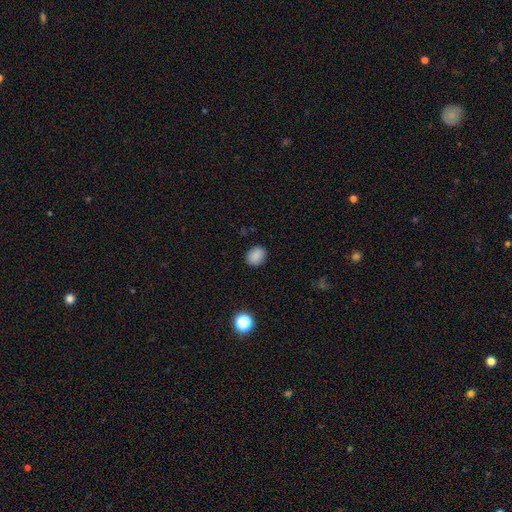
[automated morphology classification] This is clearly a smooth galaxy (87%). How rounded: possibly round (55%). Merging: clearly none (89%).